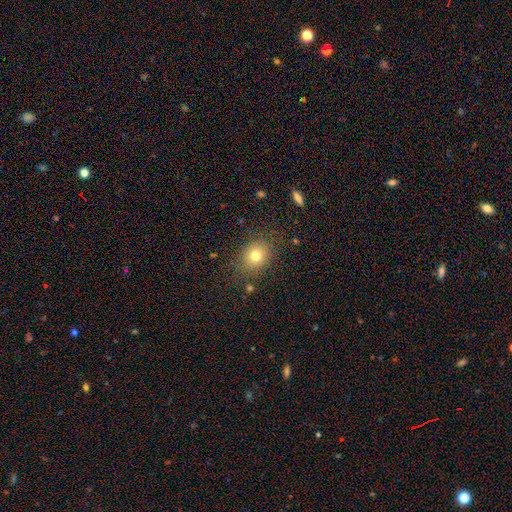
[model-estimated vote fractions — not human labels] Smooth or featured? smooth (76%)
How rounded? round (54%)
Merging? none (82%)